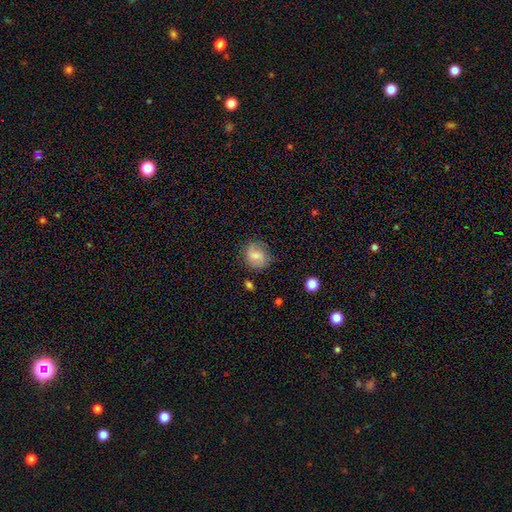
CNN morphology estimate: Smooth or featured? Predicted: smooth (p=0.71). How rounded? Predicted: round (p=0.67). Merging? Predicted: none (p=0.71).